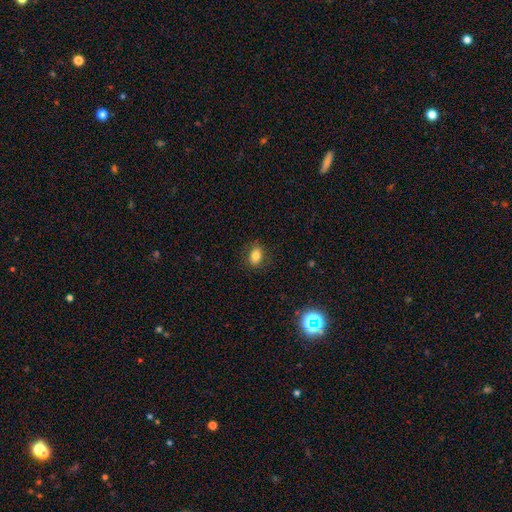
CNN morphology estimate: Smooth or featured: smooth — 79% (star or artifact — 11%)
How rounded: in between — 71% (round — 28%)
Merging: none — 83% (minor disturbance — 12%)